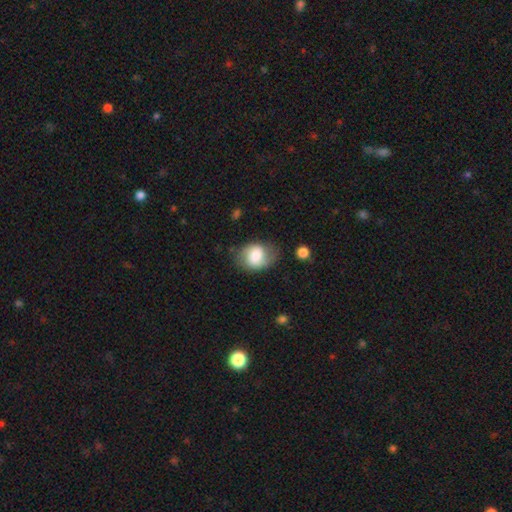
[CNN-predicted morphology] smooth 66%, featured or disk 27%, star or artifact 8%. Down the decision tree: how rounded — in between (61%); merging — none (60%).